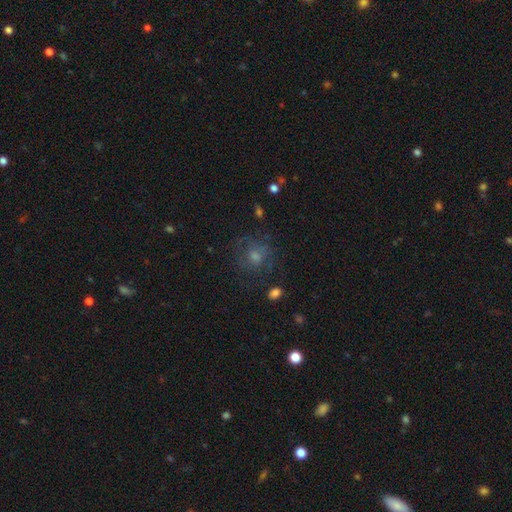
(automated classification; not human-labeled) This is marginally a smooth galaxy (43%). Merging: likely none (63%).